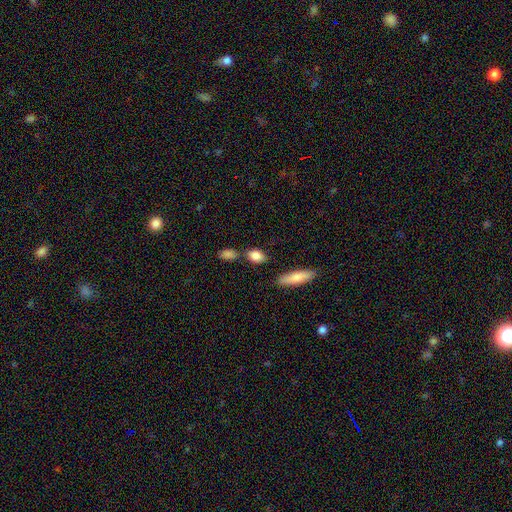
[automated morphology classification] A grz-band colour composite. It shows a smooth galaxy with no disk features (84%) that is in between round and cigar-shaped (76%). Merging: none (67%).